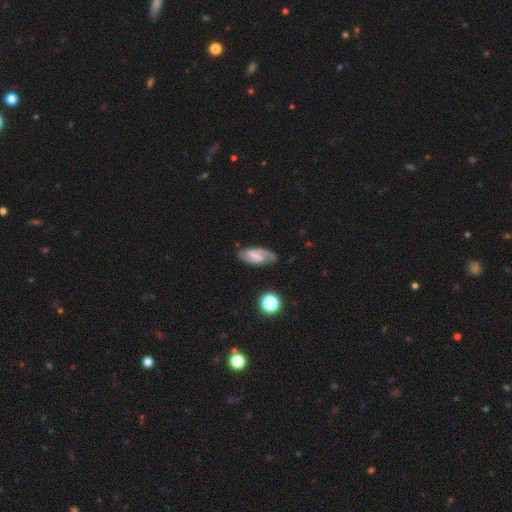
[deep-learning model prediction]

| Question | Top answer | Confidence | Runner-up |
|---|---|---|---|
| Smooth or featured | featured or disk | 68% | smooth (24%) |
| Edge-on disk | no | 94% | yes (6%) |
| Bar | weak | 43% | strong (38%) |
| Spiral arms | yes | 90% | no (10%) |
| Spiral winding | medium | 46% | tight (31%) |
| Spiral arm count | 2 | 74% | 1 (14%) |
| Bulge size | none | 44% | small (32%) |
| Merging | none | 72% | minor disturbance (18%) |